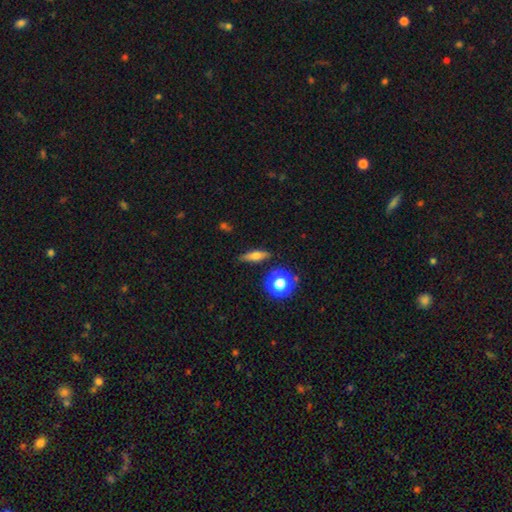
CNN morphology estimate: Overall: smooth (59%; featured or disk 29%). How rounded: cigar-shaped (52%; in between 36%). Merging: none (84%).